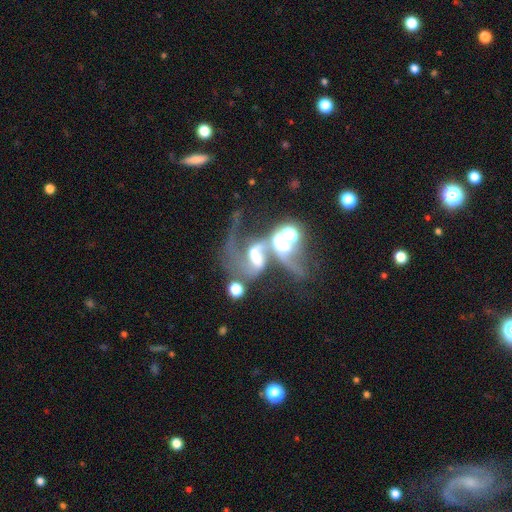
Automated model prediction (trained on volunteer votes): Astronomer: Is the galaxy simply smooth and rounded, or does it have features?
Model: featured or disk — 65%.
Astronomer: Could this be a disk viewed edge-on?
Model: no — 96%.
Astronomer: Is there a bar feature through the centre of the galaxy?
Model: no — 39% (runner-up: weak, 32%).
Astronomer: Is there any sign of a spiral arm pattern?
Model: yes — 77%.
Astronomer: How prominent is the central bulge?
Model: moderate — 37% (runner-up: large, 20%).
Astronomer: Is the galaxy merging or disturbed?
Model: merger — 55%.